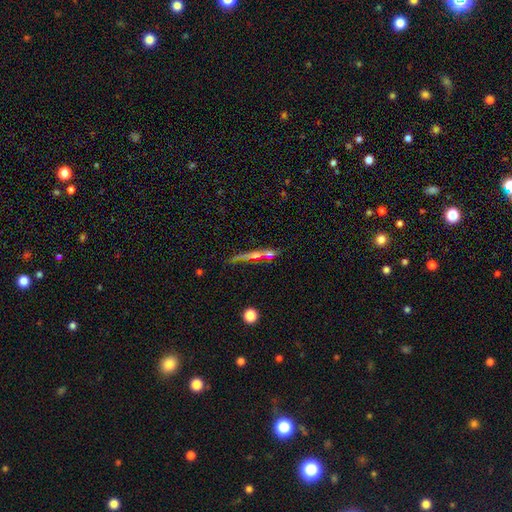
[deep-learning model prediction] smooth_or_featured: featured or disk (p=0.54) [alt: smooth p=0.33]
disk_edge_on: yes (p=0.85) [alt: no p=0.15]
merging: none (p=0.56) [alt: merger p=0.23]